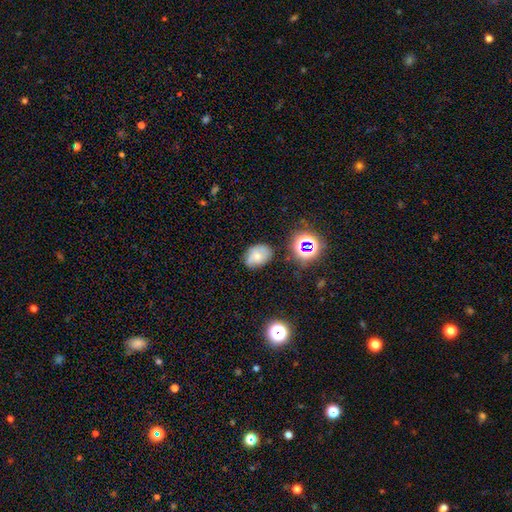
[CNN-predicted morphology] Overall: smooth (56%; featured or disk 28%). How rounded: in between (75%). Merging: none (65%; minor disturbance 25%).